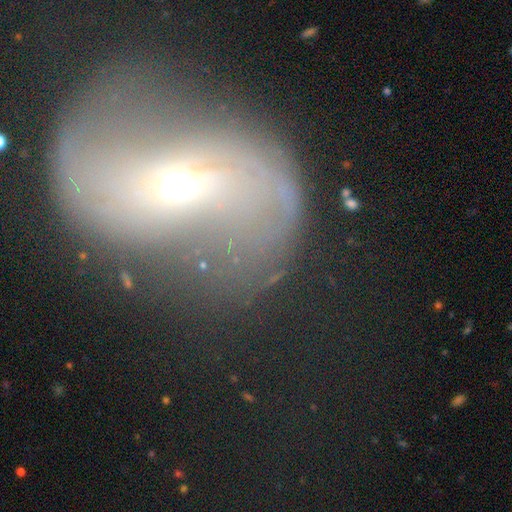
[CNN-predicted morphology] This appears to be a featured or disk galaxy (69%) with no bar (38%), spiral arms (74%) and a small central bulge (55%). Merging: none (52%).